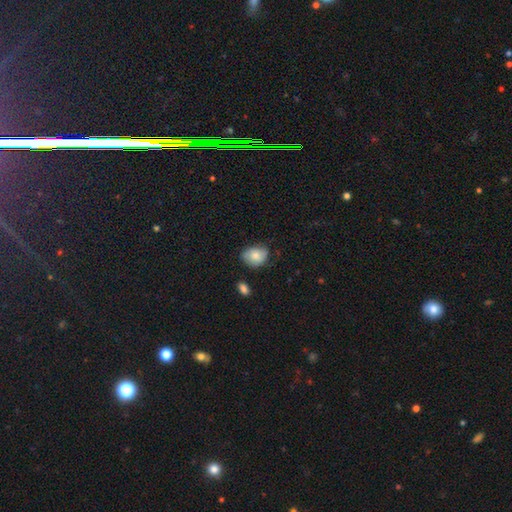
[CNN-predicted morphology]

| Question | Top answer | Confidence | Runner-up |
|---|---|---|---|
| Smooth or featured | smooth | 80% | featured or disk (13%) |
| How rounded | in between | 54% | round (45%) |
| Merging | none | 61% | minor disturbance (31%) |